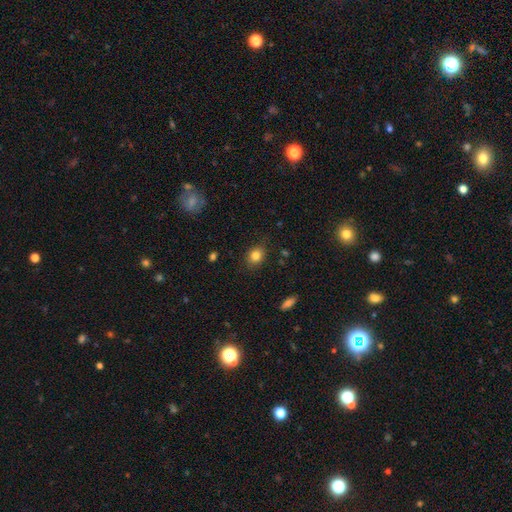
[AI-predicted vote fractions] Smooth or featured? smooth (82%)
How rounded? in between (51%)
Merging? none (82%)